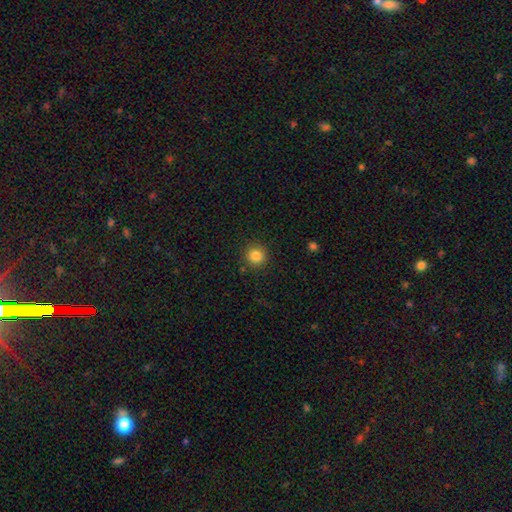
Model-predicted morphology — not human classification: Smooth or featured? Predicted: smooth (p=0.84). How rounded? Predicted: round (p=0.93). Merging? Predicted: none (p=0.89).